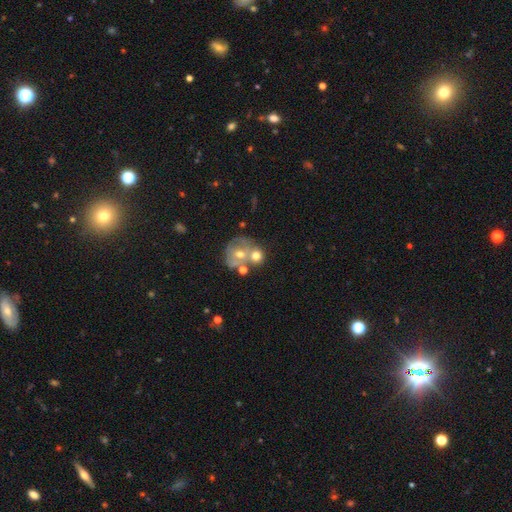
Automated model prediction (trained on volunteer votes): smooth 55%, featured or disk 33%, star or artifact 12%. Down the decision tree: how rounded — round (76%); merging — merger (49%).